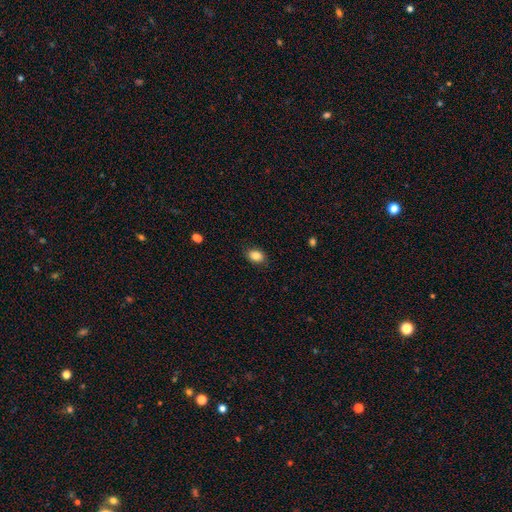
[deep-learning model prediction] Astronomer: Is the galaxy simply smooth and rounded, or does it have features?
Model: smooth — 86%.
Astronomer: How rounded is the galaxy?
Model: in between — 76%.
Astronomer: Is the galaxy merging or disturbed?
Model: none — 86%.